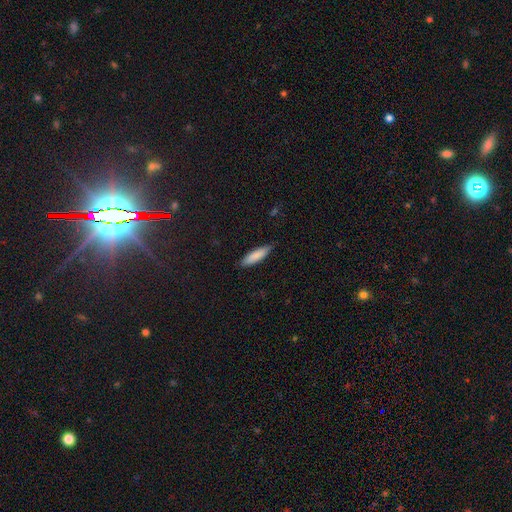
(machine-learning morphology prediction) The model was most divided on "how rounded": cigar-shaped: 63%, in between: 35%, round: 1%. More confident: smooth or featured — smooth (84%); merging — none (83%).